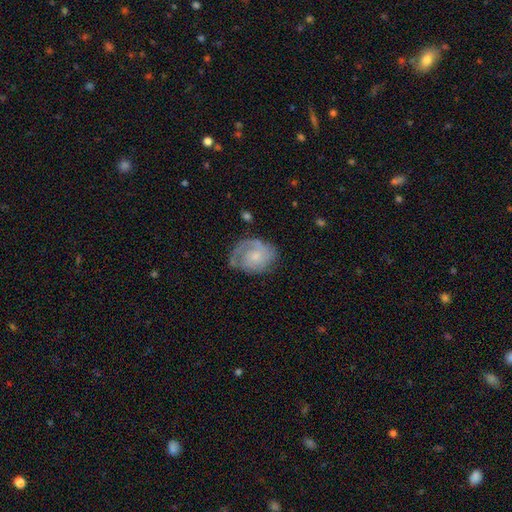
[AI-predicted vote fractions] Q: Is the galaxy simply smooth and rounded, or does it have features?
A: featured or disk — 64%.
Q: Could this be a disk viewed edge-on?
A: no — 97%.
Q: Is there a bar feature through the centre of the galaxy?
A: no — 73%.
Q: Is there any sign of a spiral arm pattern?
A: yes — 83%.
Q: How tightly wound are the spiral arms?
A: tight — 50%.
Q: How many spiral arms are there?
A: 1 — 38%.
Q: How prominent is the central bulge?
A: small — 55%.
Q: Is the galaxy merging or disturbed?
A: none — 57%.